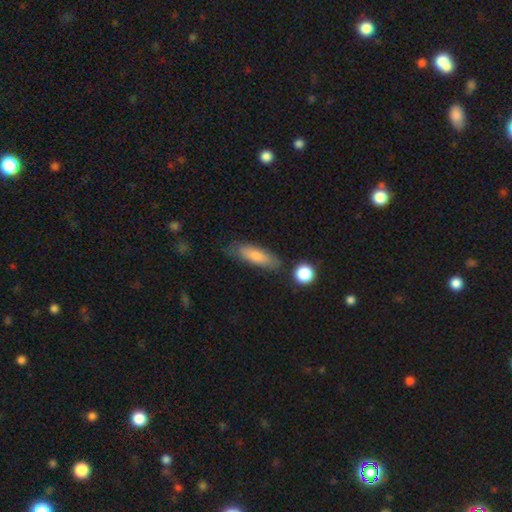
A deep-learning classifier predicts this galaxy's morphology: A smooth galaxy with no disk features (77%) that is cigar-shaped (50%). Merging: none (73%).